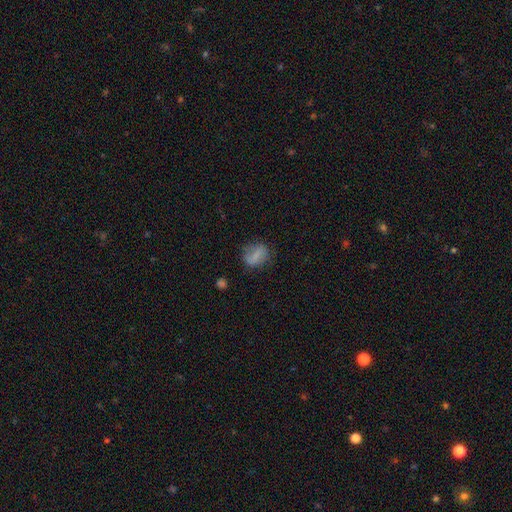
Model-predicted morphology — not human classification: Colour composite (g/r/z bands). It shows a smooth galaxy with no disk features (70%) that is in between round and cigar-shaped (50%). Merging: none (64%).